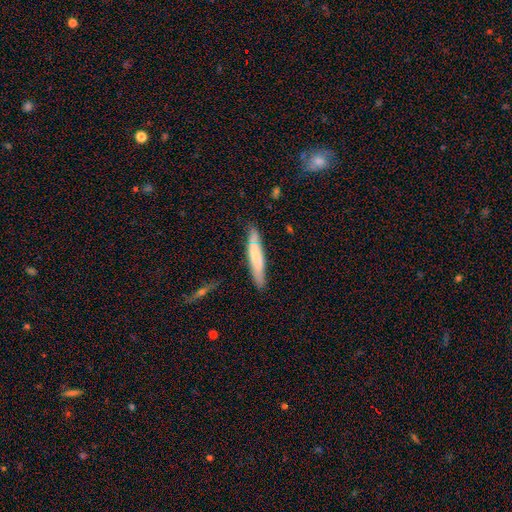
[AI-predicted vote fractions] The model was most divided on "smooth or featured": smooth: 58%, featured or disk: 36%, star or artifact: 6%. More confident: how rounded — cigar-shaped (88%); merging — none (81%).